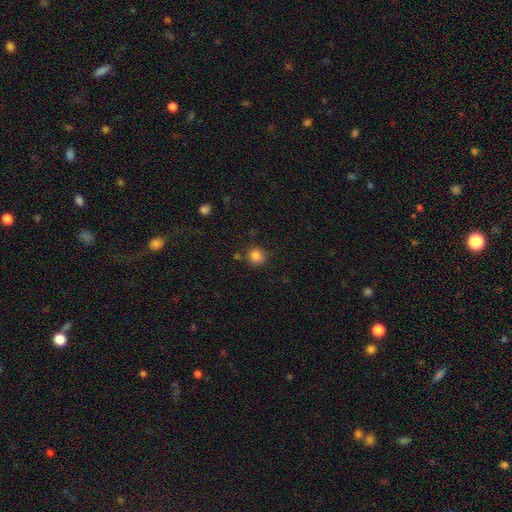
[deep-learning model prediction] Morphology: type=smooth (84%); roundness=round (86%); merging=none (79%).